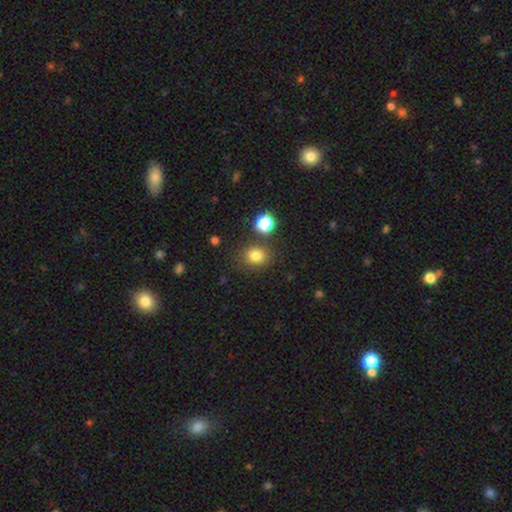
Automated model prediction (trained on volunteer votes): smooth-or-featured: smooth: 80% | star or artifact: 14% | featured or disk: 6%
  how-rounded: round: 66% | in between: 33% | cigar-shaped: 1%
  merging: none: 80% | minor disturbance: 10% | merger: 6% | major disturbance: 4%